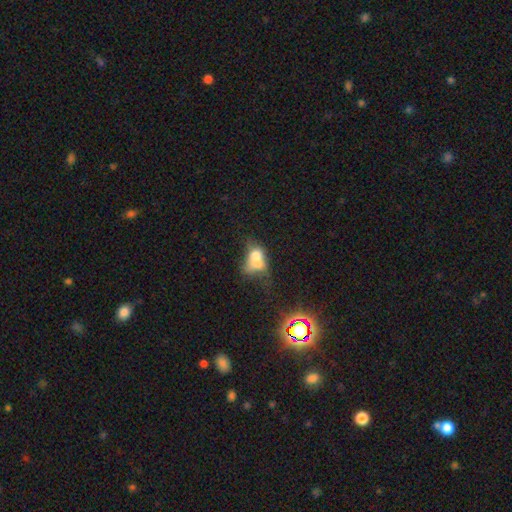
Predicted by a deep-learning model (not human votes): The model was most divided on "merging": merger: 45%, major disturbance: 22%, none: 18%, minor disturbance: 15%. More confident: how rounded — in between (71%); smooth or featured — smooth (56%).